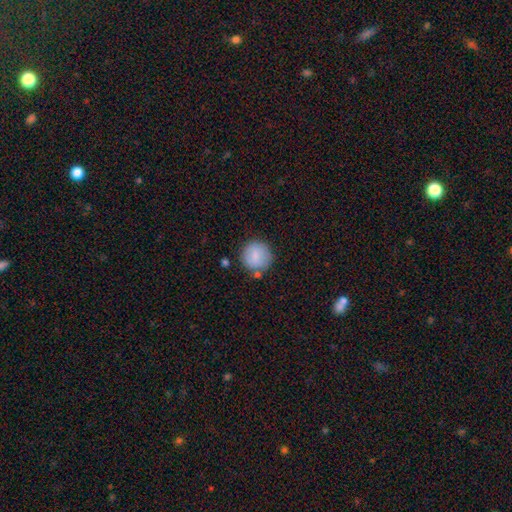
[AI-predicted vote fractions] Smooth or featured? Predicted: smooth (p=0.84). How rounded? Predicted: round (p=0.94). Merging? Predicted: none (p=0.78).